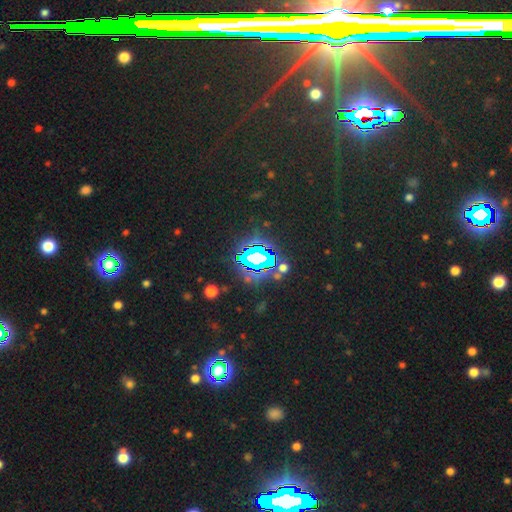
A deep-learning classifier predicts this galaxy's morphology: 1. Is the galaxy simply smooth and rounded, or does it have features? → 74% star or artifact, 15% smooth, 11% featured or disk.